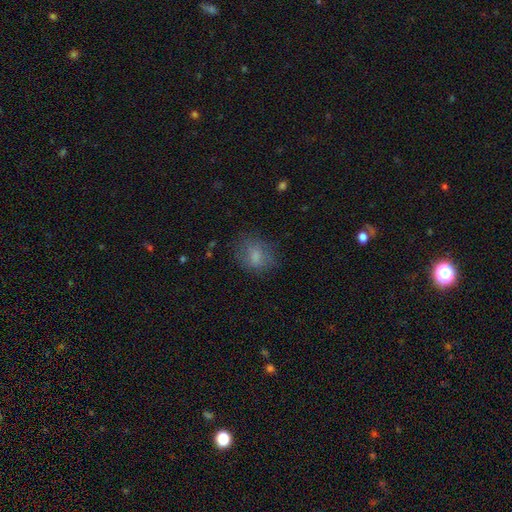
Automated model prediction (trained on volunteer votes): Overall: smooth (70%). How rounded: in between (55%; round 43%). Merging: none (65%).